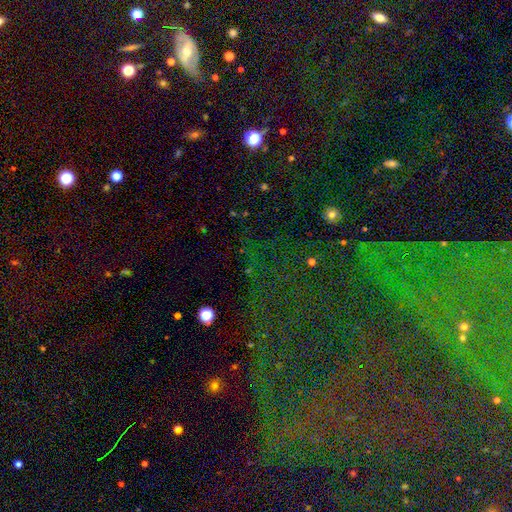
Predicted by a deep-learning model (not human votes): This appears to be a star or artifact, not a galaxy (74%).